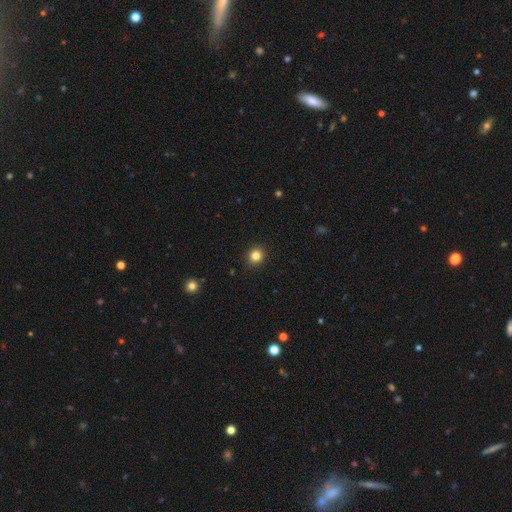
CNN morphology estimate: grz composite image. It shows a smooth galaxy with no disk features (83%) that is round (87%). Merging: none (92%).